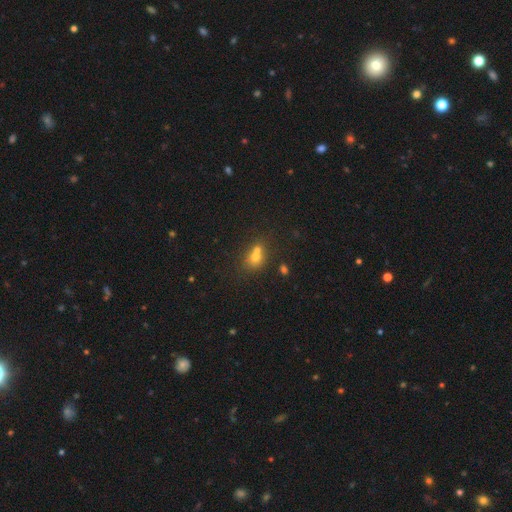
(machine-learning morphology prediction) Smooth or featured: smooth — 68% (featured or disk — 16%)
How rounded: round — 63% (in between — 35%)
Merging: merger — 55% (none — 33%)